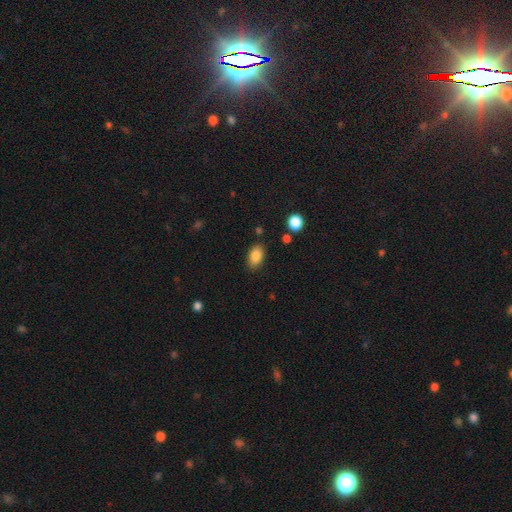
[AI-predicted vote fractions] Q: Smooth or featured?
A: smooth (86%); runner-up: star or artifact (9%)
Q: How rounded?
A: in between (89%); runner-up: round (9%)
Q: Merging?
A: none (82%); runner-up: minor disturbance (12%)